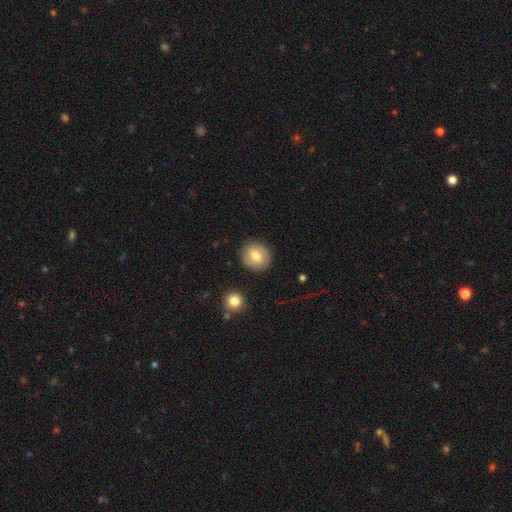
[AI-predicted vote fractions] Smooth or featured?
  - smooth: 71% *
  - featured or disk: 21%
  - star or artifact: 8%
How rounded?
  - round: 82% *
  - in between: 17%
  - cigar-shaped: 1%
Merging?
  - none: 87% *
  - minor disturbance: 8%
  - major disturbance: 2%
  - merger: 2%